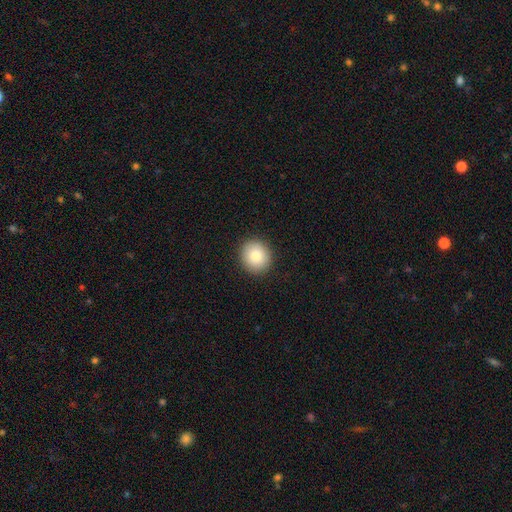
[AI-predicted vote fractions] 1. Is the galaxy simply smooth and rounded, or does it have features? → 84% smooth, 8% star or artifact, 8% featured or disk.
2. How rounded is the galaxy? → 86% round, 13% in between, 1% cigar-shaped.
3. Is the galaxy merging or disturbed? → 92% none, 5% minor disturbance, 2% major disturbance, 1% merger.